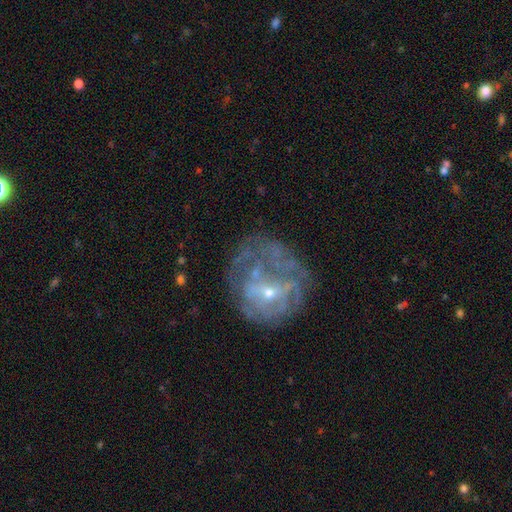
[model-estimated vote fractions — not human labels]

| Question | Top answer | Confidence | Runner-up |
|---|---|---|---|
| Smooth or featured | featured or disk | 69% | smooth (18%) |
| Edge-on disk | no | 97% | yes (3%) |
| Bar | no | 55% | weak (34%) |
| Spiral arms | no | 53% | yes (47%) |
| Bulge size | small | 72% | moderate (21%) |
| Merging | none | 42% | major disturbance (31%) |